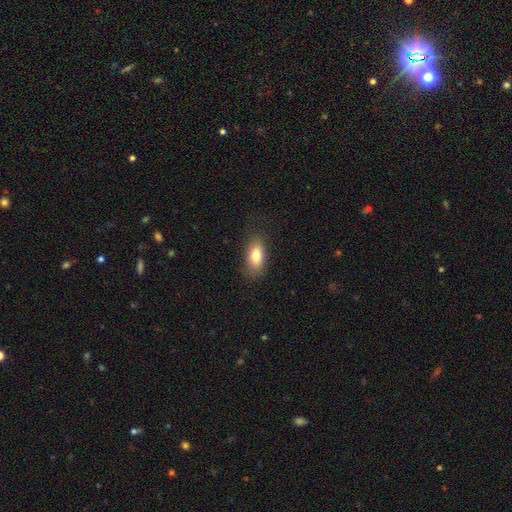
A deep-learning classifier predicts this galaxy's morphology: A smooth galaxy with no disk features (79%) that is in between round and cigar-shaped (85%). Merging: none (82%).